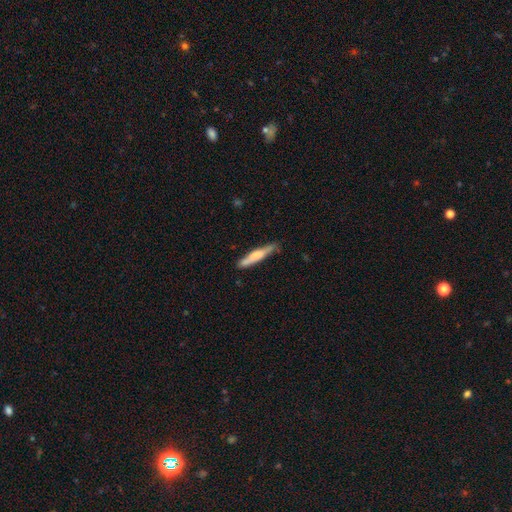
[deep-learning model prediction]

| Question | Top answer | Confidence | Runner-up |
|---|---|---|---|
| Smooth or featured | smooth | 60% | featured or disk (35%) |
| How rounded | cigar-shaped | 90% | in between (8%) |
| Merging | none | 73% | minor disturbance (21%) |